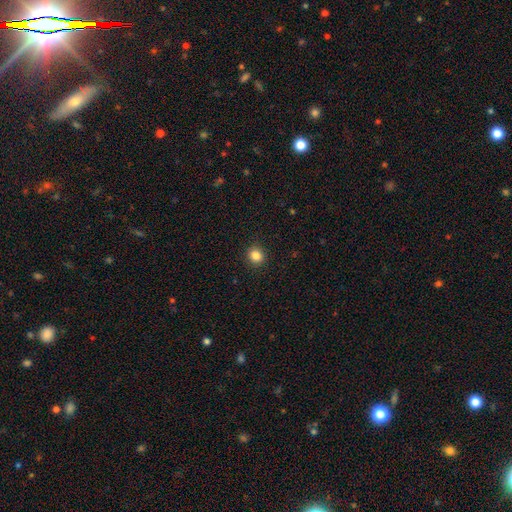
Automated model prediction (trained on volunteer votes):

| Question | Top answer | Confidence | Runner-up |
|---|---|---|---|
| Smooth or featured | smooth | 85% | star or artifact (11%) |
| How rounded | round | 85% | in between (14%) |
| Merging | none | 91% | minor disturbance (6%) |